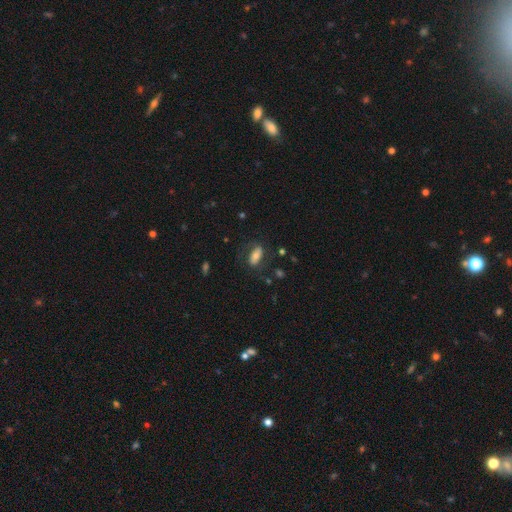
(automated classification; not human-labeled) This appears to be a smooth galaxy with no disk features (63%) that is in between round and cigar-shaped (81%). Merging: none (65%).